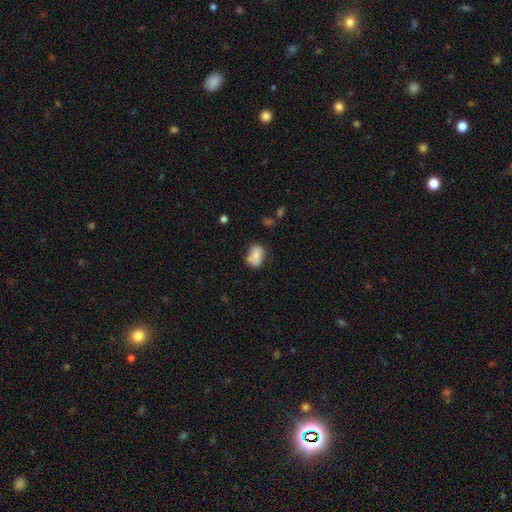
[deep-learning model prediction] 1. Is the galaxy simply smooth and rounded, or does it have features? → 74% smooth, 17% featured or disk, 9% star or artifact.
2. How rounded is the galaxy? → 77% in between, 21% round, 2% cigar-shaped.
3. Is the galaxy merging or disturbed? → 57% none, 25% minor disturbance, 12% merger, 6% major disturbance.